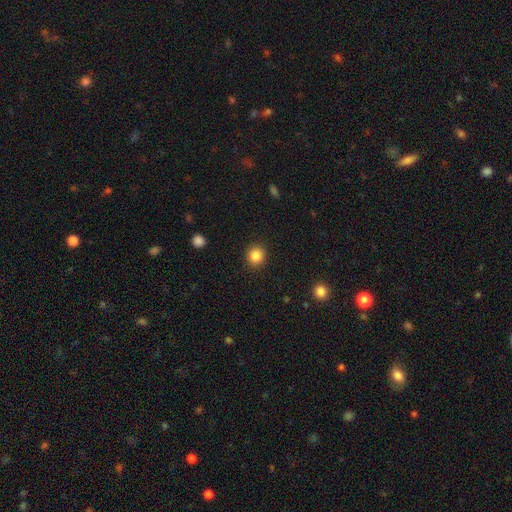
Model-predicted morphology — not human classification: smooth 86%, star or artifact 10%, featured or disk 4%. Down the decision tree: how rounded — round (90%); merging — none (91%).